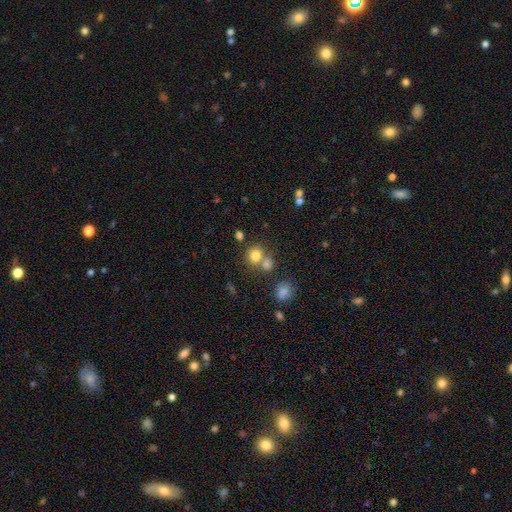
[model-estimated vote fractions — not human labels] Overall: smooth (79%). How rounded: round (76%). Merging: none (56%; merger 31%).